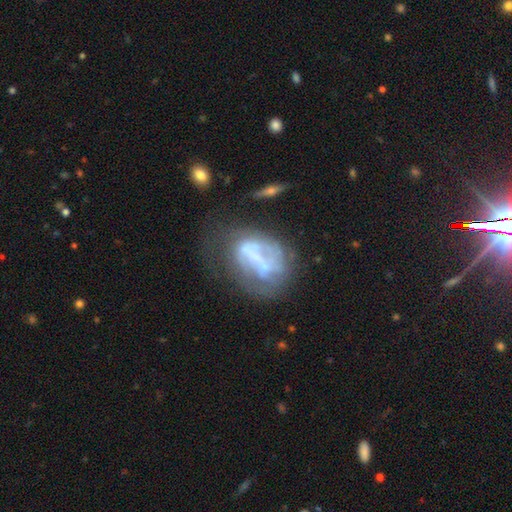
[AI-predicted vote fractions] Smooth or featured?
  - featured or disk: 60% *
  - smooth: 28%
  - star or artifact: 12%
Edge-on disk?
  - no: 94% *
  - yes: 6%
Bar?
  - no: 51% *
  - strong: 26%
  - weak: 23%
Spiral arms?
  - no: 78% *
  - yes: 22%
Bulge size?
  - none: 56% *
  - small: 22%
  - moderate: 14%
  - large: 5%
  - dominant: 2%
Merging?
  - none: 36% *
  - major disturbance: 32%
  - minor disturbance: 22%
  - merger: 10%